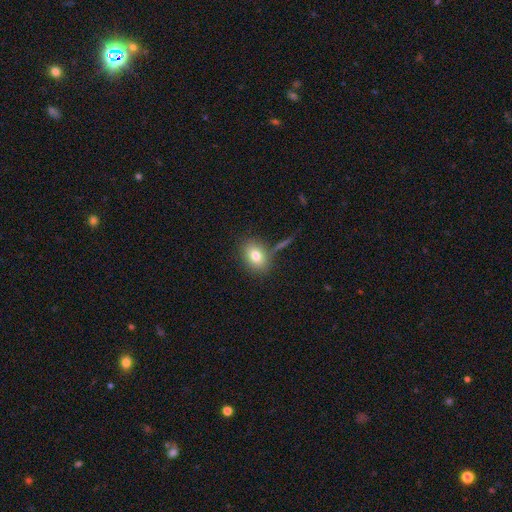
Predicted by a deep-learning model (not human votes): A smooth galaxy with no disk features (77%) that is in between round and cigar-shaped (65%). Merging: none (74%).